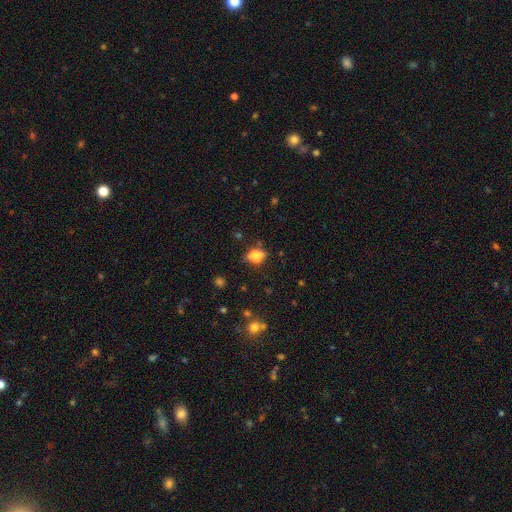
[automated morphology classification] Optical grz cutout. It shows a smooth galaxy with no disk features (77%) that is in between round and cigar-shaped (60%). Merging: none (59%).